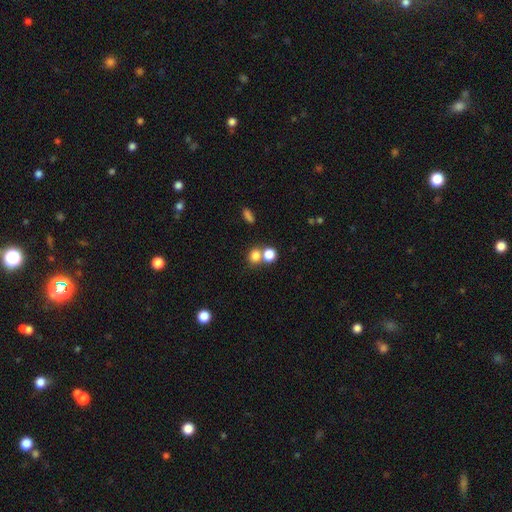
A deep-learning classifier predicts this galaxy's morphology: Q: Smooth or featured?
A: smooth (79%); runner-up: star or artifact (13%)
Q: How rounded?
A: round (72%); runner-up: in between (27%)
Q: Merging?
A: none (50%); runner-up: merger (39%)